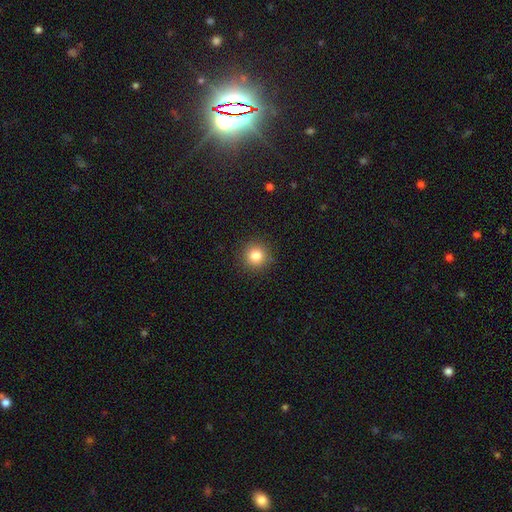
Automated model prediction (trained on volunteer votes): This appears to be a smooth galaxy with no disk features (83%) that is round (95%). Merging: none (91%).